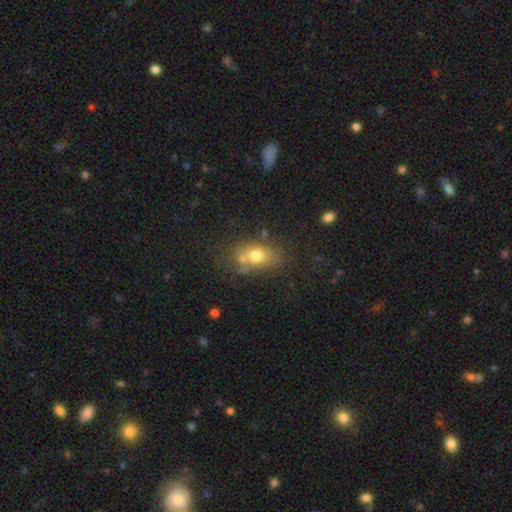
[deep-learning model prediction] Smooth or featured? smooth (71%)
How rounded? in between (69%)
Merging? none (58%)